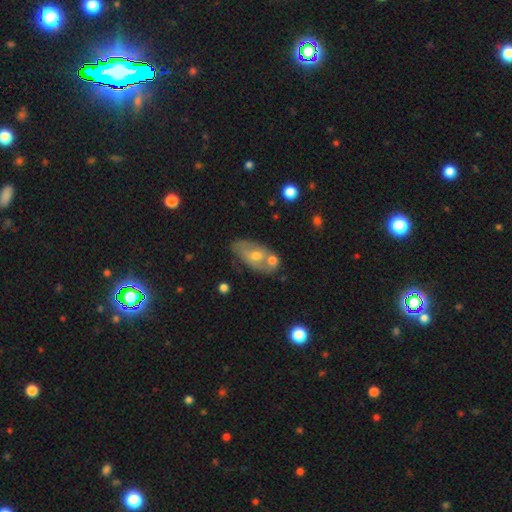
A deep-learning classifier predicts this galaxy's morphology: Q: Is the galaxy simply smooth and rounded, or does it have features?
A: featured or disk — 48%.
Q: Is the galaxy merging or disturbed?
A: none — 51%.